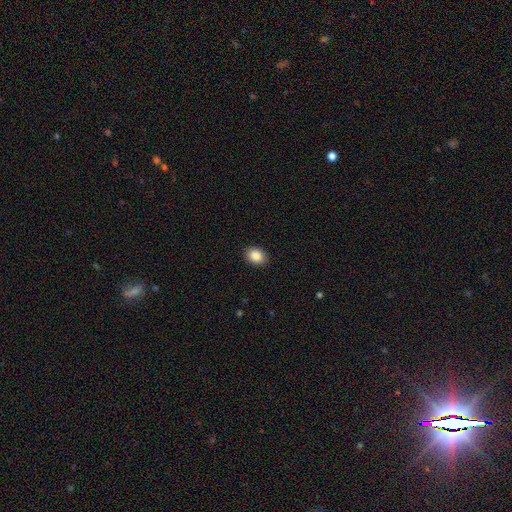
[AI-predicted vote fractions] smooth-or-featured: smooth: 87% | star or artifact: 8% | featured or disk: 4%
  how-rounded: in between: 66% | round: 34% | cigar-shaped: 1%
  merging: none: 90% | minor disturbance: 7% | major disturbance: 2% | merger: 1%